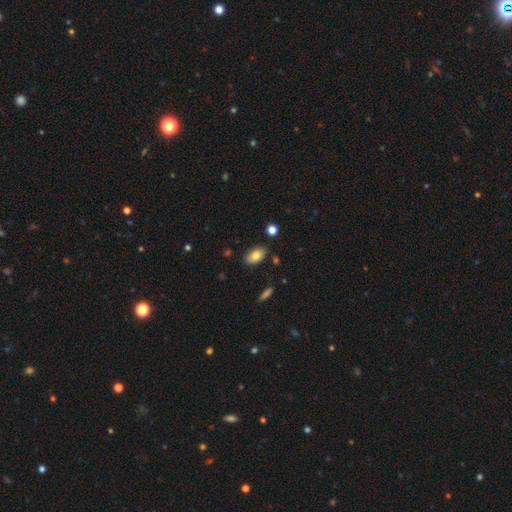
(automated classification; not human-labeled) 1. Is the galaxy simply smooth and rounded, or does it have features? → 83% smooth, 9% featured or disk, 8% star or artifact.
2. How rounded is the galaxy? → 92% in between, 6% round, 2% cigar-shaped.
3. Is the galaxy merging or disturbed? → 83% none, 12% minor disturbance, 3% major disturbance, 3% merger.